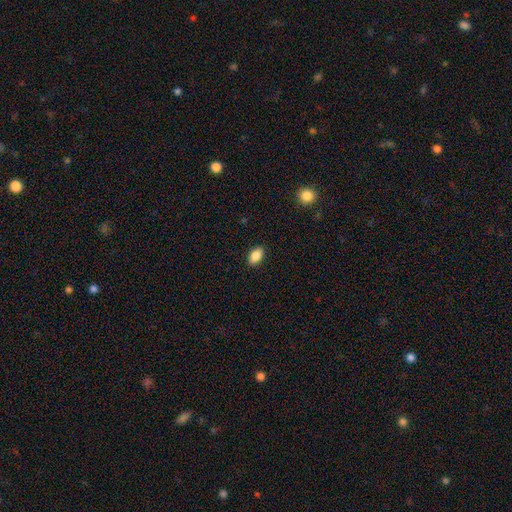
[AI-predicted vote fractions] Morphology: type=smooth (87%); roundness=in between (91%); merging=none (89%).